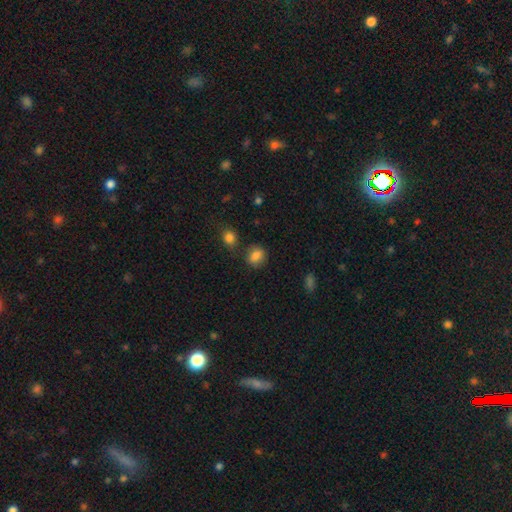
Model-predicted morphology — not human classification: smooth 83%, star or artifact 10%, featured or disk 7%. Down the decision tree: how rounded — round (55%); merging — none (76%).